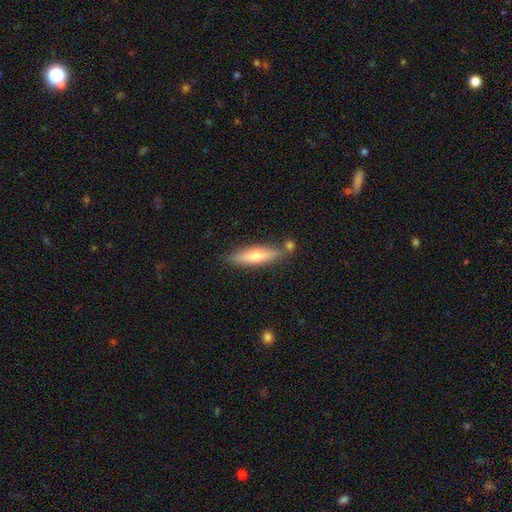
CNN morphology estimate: Smooth or featured: smooth — 53% (featured or disk — 41%)
How rounded: cigar-shaped — 77% (in between — 22%)
Merging: none — 78% (minor disturbance — 12%)